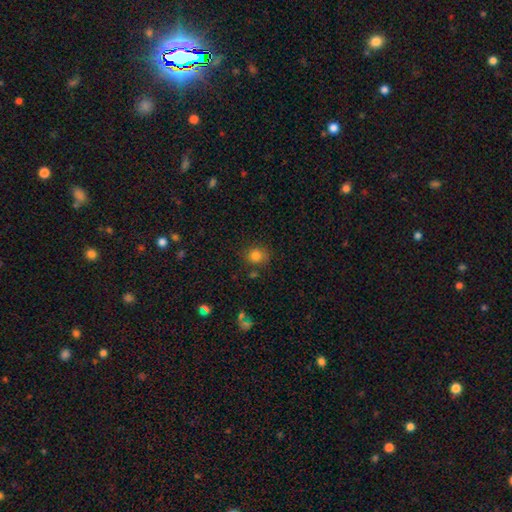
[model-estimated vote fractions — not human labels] smooth 82%, star or artifact 13%, featured or disk 6%. Down the decision tree: how rounded — round (83%); merging — none (77%).